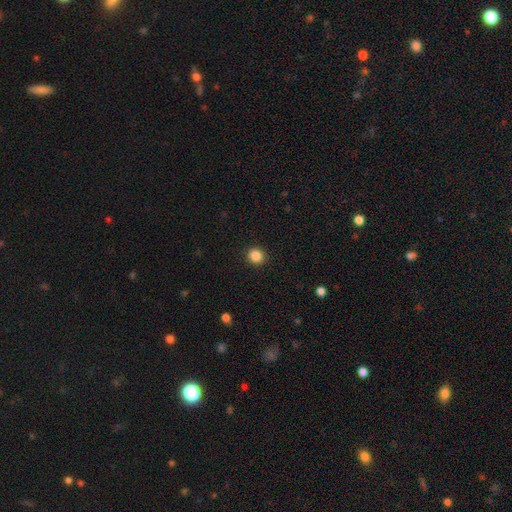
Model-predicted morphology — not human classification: This is clearly a smooth galaxy (86%). How rounded: clearly round (88%). Merging: clearly none (92%).